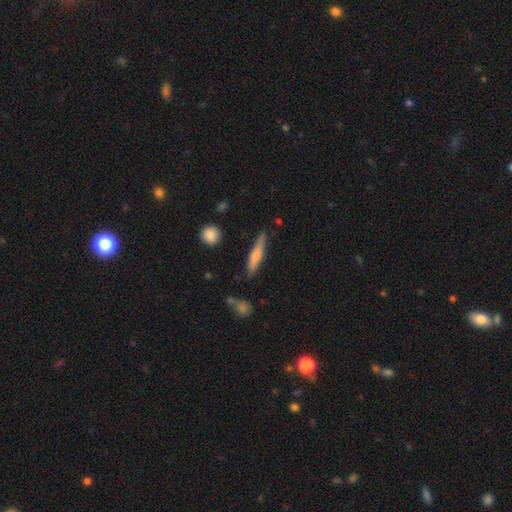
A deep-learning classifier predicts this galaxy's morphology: Q: Smooth or featured?
A: smooth (62%); runner-up: featured or disk (32%)
Q: How rounded?
A: cigar-shaped (86%); runner-up: in between (12%)
Q: Merging?
A: none (78%); runner-up: minor disturbance (15%)